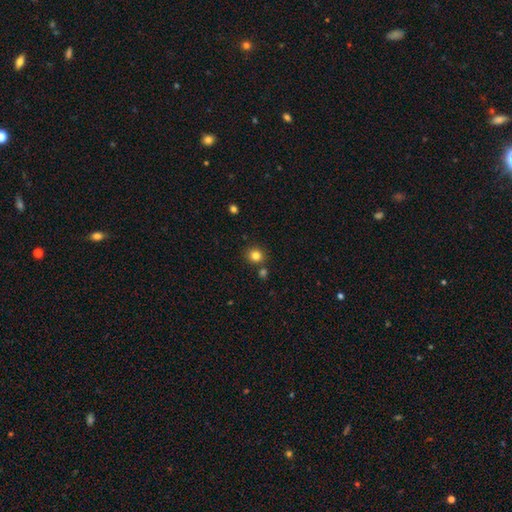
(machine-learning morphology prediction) type=smooth (83%); roundness=round (87%); merging=none (80%).